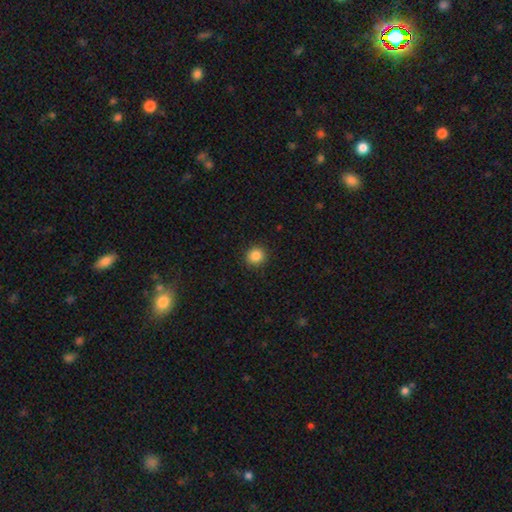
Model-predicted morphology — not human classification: Smooth or featured?
  - smooth: 86% *
  - star or artifact: 10%
  - featured or disk: 4%
How rounded?
  - round: 91% *
  - in between: 8%
  - cigar-shaped: 1%
Merging?
  - none: 91% *
  - minor disturbance: 6%
  - major disturbance: 2%
  - merger: 1%